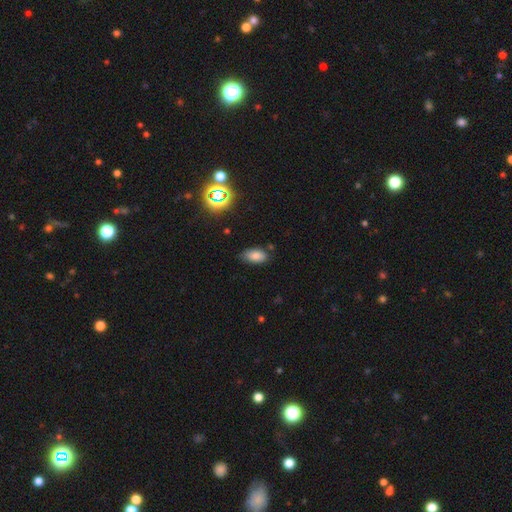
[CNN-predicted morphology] This is likely a smooth galaxy (79%). How rounded: clearly in between (93%). Merging: likely none (75%).